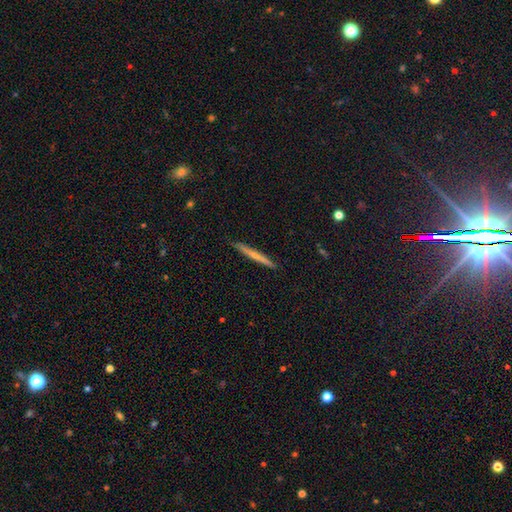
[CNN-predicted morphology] Q: Smooth or featured?
A: smooth (50%); runner-up: featured or disk (44%)
Q: Merging?
A: none (90%); runner-up: minor disturbance (7%)